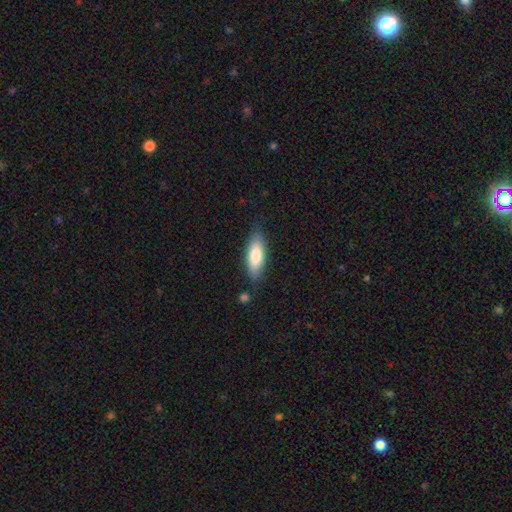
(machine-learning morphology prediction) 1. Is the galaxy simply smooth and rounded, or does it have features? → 77% smooth, 17% featured or disk, 6% star or artifact.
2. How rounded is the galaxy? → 70% in between, 28% cigar-shaped, 2% round.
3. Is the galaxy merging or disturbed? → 79% none, 15% minor disturbance, 3% major disturbance, 2% merger.